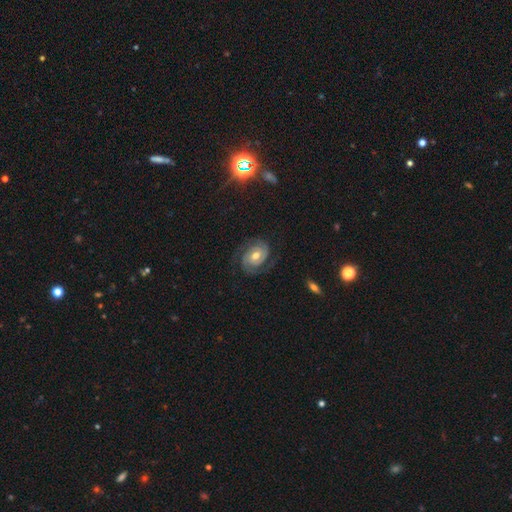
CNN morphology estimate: featured or disk 86%, smooth 8%, star or artifact 6%. Down the decision tree: edge-on disk — no (98%); bar — no (59%); spiral arms — yes (97%); spiral arm count — 2 (83%); spiral winding — tight (62%); bulge size — moderate (77%); merging — none (78%).